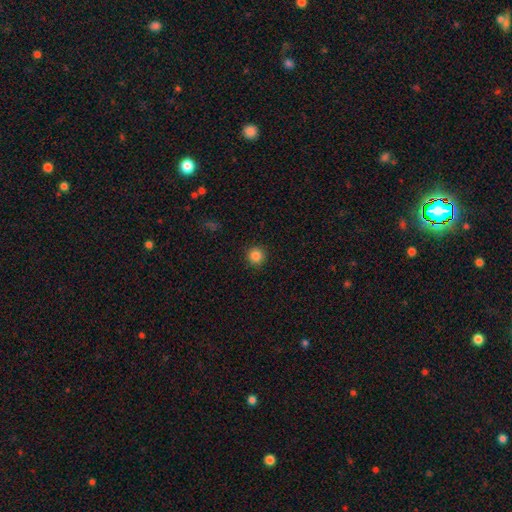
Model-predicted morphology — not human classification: A smooth galaxy with no disk features (85%) that is round (95%).

Vote fractions:
- Smooth or featured? smooth: 85% / star or artifact: 11% / featured or disk: 4%
- How rounded? round: 95% / in between: 4% / cigar-shaped: 1%
- Merging? none: 92% / minor disturbance: 5% / major disturbance: 2% / merger: 1%